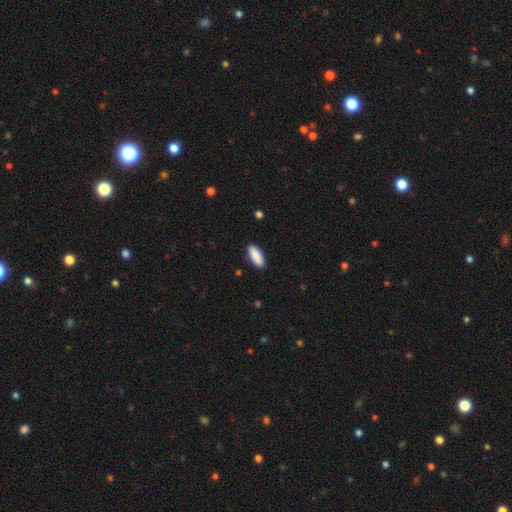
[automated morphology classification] This is clearly a smooth galaxy (89%). How rounded: likely in between (71%). Merging: clearly none (89%).